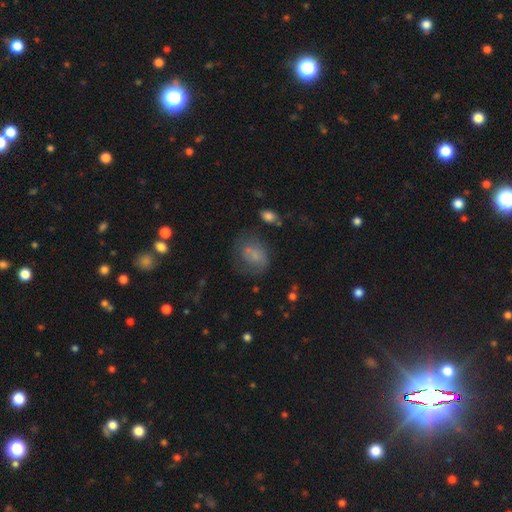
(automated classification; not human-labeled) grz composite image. It shows a smooth galaxy with no disk features (55%) that is in between round and cigar-shaped (57%). Merging: none (39%).